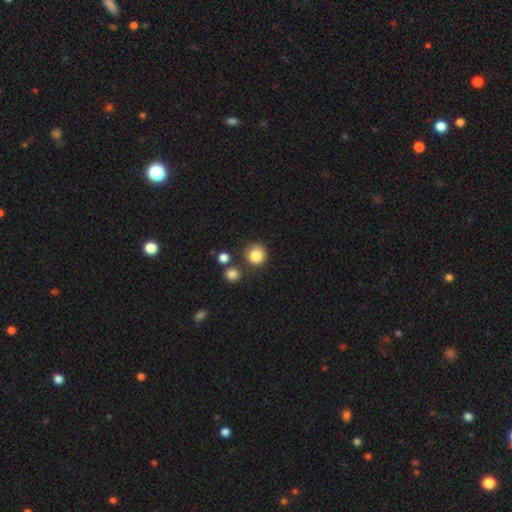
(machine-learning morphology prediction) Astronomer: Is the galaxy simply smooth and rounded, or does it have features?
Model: smooth — 85%.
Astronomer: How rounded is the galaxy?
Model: round — 91%.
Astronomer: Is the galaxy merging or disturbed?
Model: none — 75%.